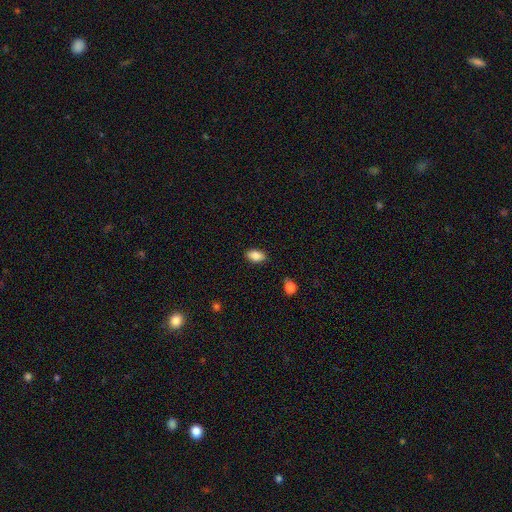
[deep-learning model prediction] smooth_or_featured: smooth (p=0.87) [alt: star or artifact p=0.08]
how_rounded: in between (p=0.92) [alt: round p=0.05]
merging: none (p=0.87) [alt: minor disturbance p=0.10]